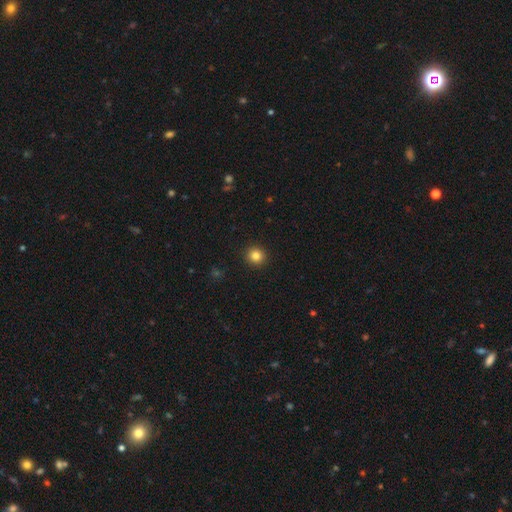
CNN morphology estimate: smooth 84%, star or artifact 11%, featured or disk 5%. Down the decision tree: how rounded — round (92%); merging — none (92%).